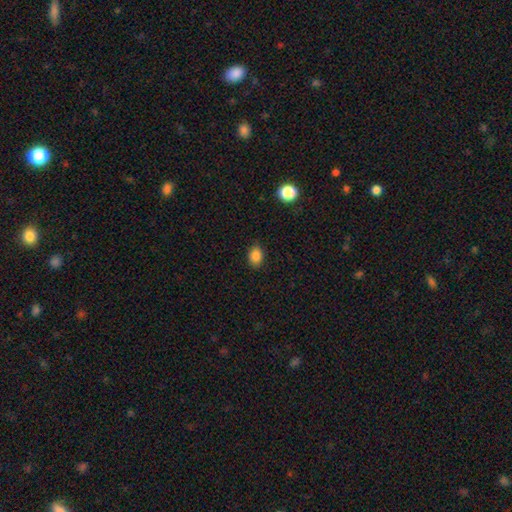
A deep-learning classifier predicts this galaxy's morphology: A smooth galaxy with no disk features (86%) that is in between round and cigar-shaped (63%). Merging: none (86%).